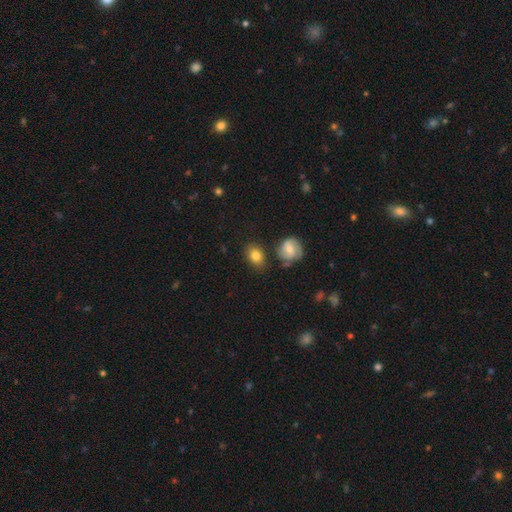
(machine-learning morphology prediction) A smooth galaxy with no disk features (81%) that is in between round and cigar-shaped (66%).

Vote fractions:
- Smooth or featured? smooth: 81% / featured or disk: 11% / star or artifact: 8%
- How rounded? in between: 66% / round: 32% / cigar-shaped: 1%
- Merging? none: 75% / minor disturbance: 14% / merger: 8% / major disturbance: 4%